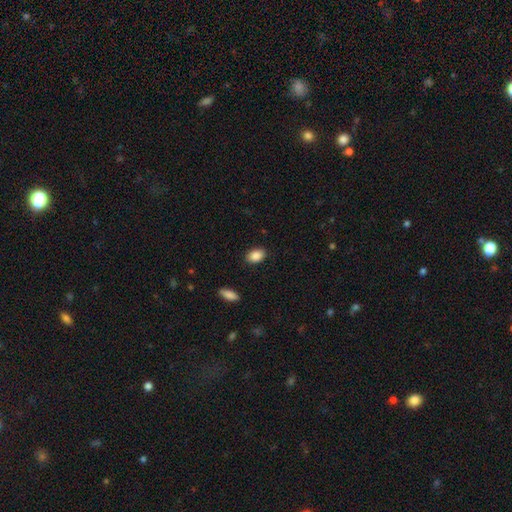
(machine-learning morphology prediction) This is clearly a smooth galaxy (88%). How rounded: clearly in between (84%). Merging: clearly none (88%).